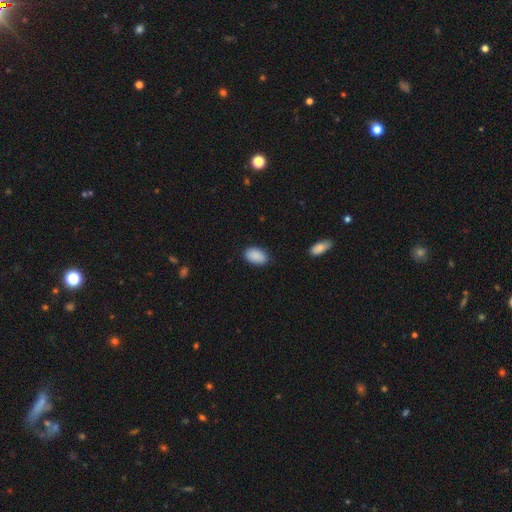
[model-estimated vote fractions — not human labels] smooth_or_featured: smooth (p=0.90) [alt: star or artifact p=0.07]
how_rounded: in between (p=0.92) [alt: round p=0.07]
merging: none (p=0.82) [alt: minor disturbance p=0.14]